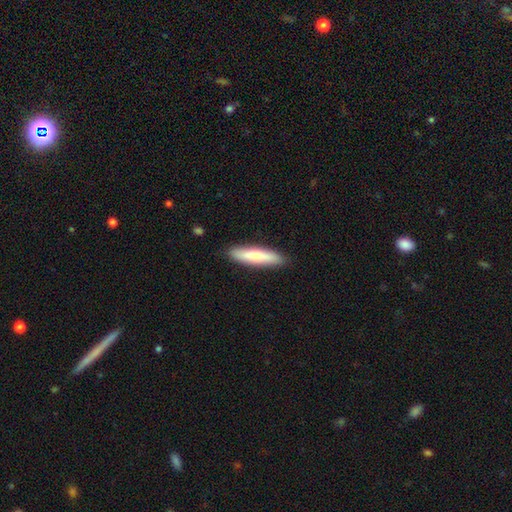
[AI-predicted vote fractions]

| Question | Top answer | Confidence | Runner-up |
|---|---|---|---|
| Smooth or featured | smooth | 73% | featured or disk (22%) |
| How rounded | cigar-shaped | 79% | in between (20%) |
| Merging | none | 89% | minor disturbance (8%) |